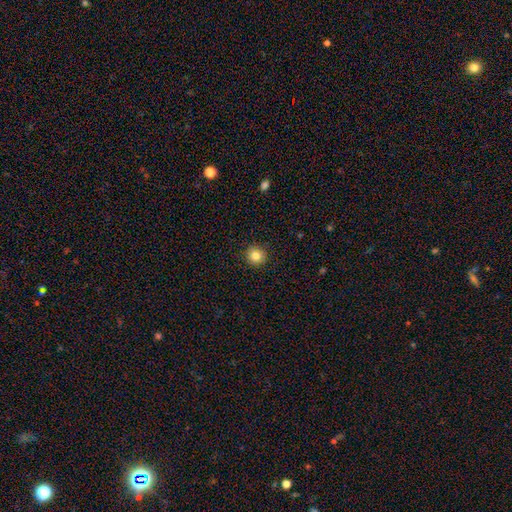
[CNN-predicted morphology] A smooth galaxy with no disk features (83%) that is round (94%). Merging: none (92%).